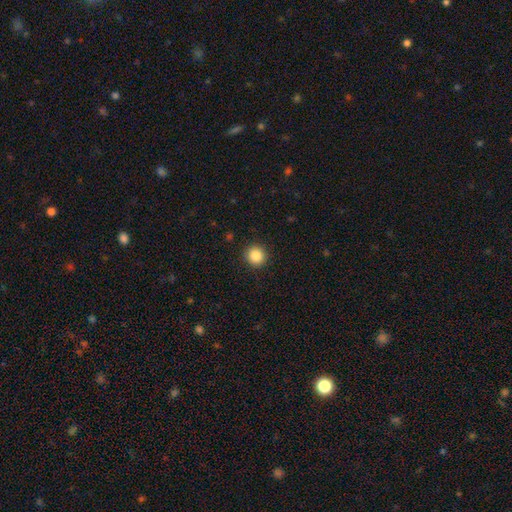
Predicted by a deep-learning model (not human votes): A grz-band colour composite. It shows a smooth galaxy with no disk features (87%) that is round (93%). Merging: none (92%).